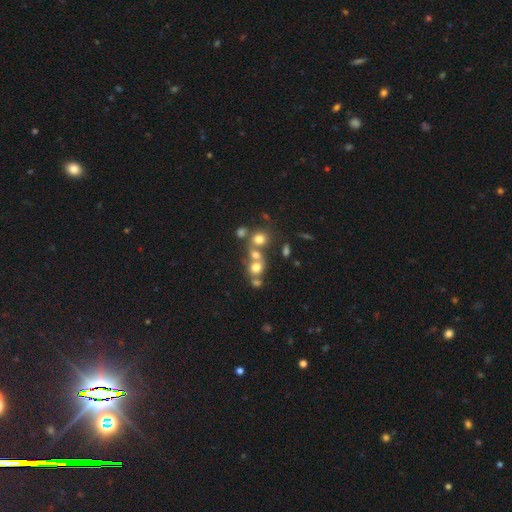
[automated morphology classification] smooth-or-featured: smooth: 65% | featured or disk: 18% | star or artifact: 17%
  how-rounded: round: 74% | in between: 25% | cigar-shaped: 1%
  merging: merger: 46% | none: 39% | minor disturbance: 9% | major disturbance: 6%